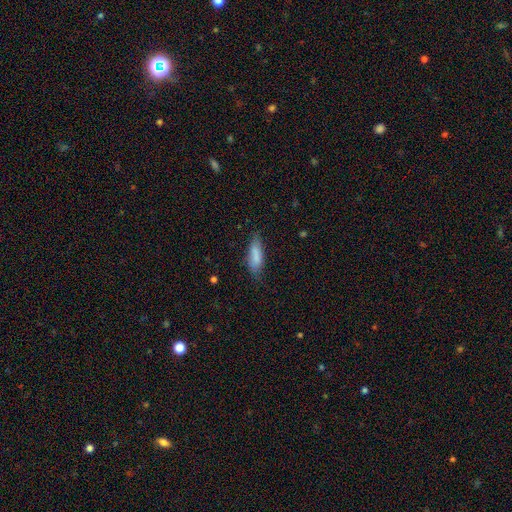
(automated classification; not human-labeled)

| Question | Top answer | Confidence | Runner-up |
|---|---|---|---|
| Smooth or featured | smooth | 82% | featured or disk (11%) |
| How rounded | in between | 58% | cigar-shaped (40%) |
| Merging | none | 65% | minor disturbance (26%) |